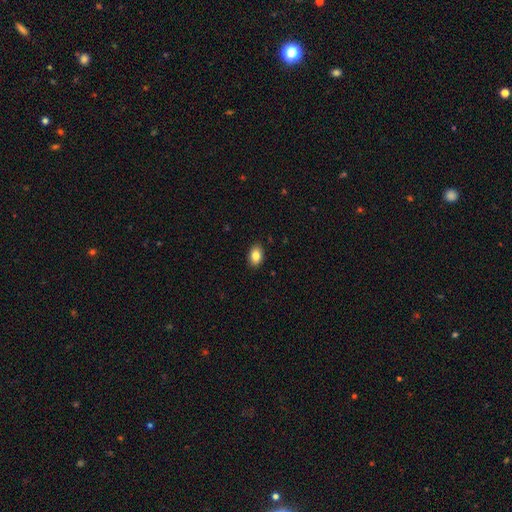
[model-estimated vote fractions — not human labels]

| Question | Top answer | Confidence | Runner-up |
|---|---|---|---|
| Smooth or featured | smooth | 85% | star or artifact (8%) |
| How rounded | in between | 83% | round (16%) |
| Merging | none | 89% | minor disturbance (8%) |